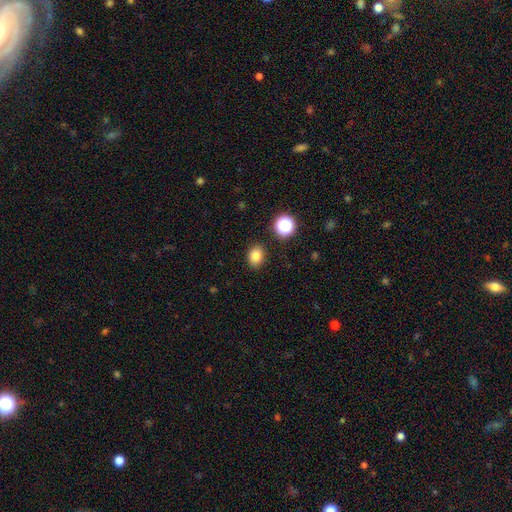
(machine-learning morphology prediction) type=smooth (82%); roundness=in between (56%); merging=none (88%).